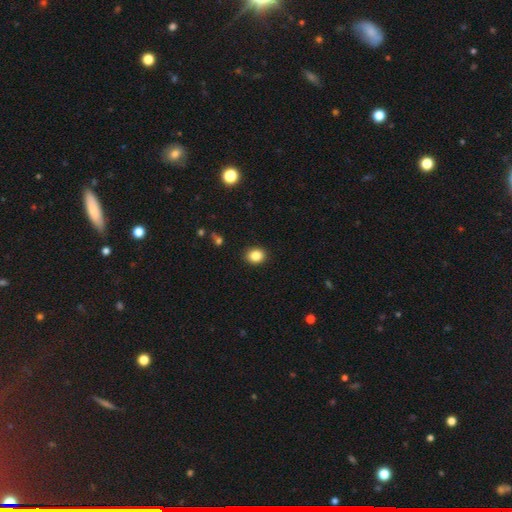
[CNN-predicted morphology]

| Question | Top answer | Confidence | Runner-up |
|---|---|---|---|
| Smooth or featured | smooth | 85% | star or artifact (10%) |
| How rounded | round | 59% | in between (41%) |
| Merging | none | 90% | minor disturbance (7%) |